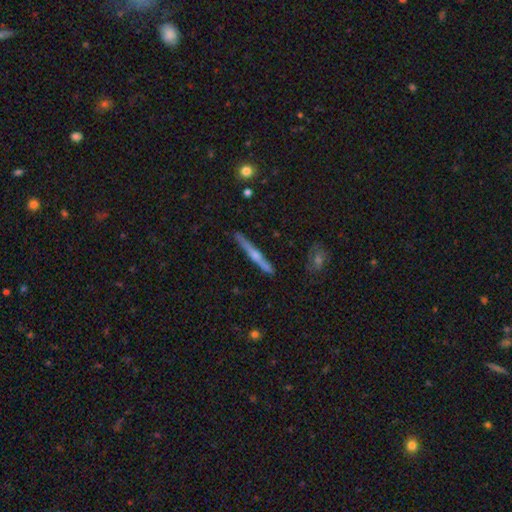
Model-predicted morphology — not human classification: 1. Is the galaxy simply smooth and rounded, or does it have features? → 69% featured or disk, 25% smooth, 6% star or artifact.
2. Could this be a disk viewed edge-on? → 98% yes, 2% no.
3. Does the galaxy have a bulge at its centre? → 75% rounded, 18% none, 7% boxy.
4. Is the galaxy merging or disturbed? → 89% none, 8% minor disturbance, 2% merger, 1% major disturbance.